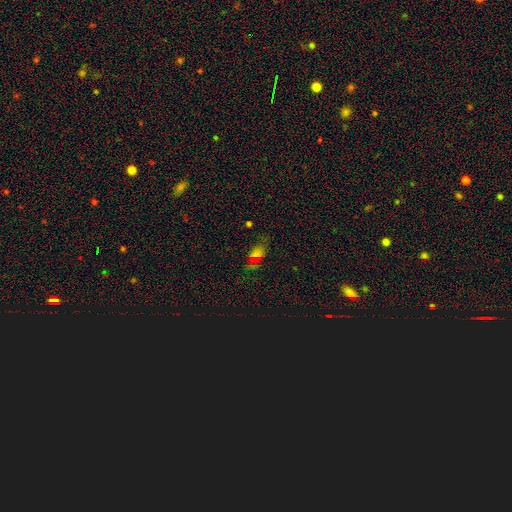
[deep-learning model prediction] This is possibly a smooth galaxy (49%). Merging: possibly none (60%).